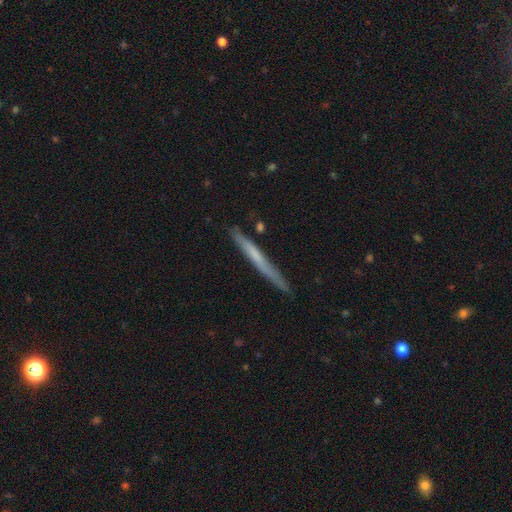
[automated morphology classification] Smooth or featured? Predicted: smooth (p=0.48). Merging? Predicted: none (p=0.84).